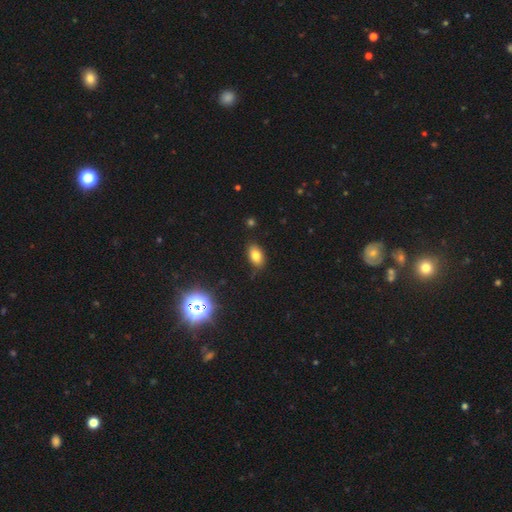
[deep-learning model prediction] Morphology: type=smooth (79%); roundness=in between (89%); merging=none (84%).